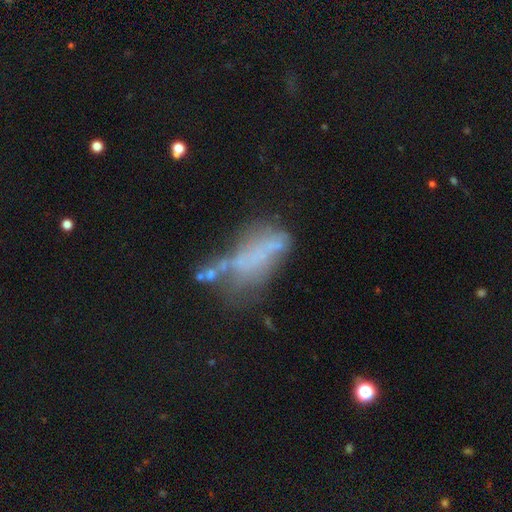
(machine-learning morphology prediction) Smooth or featured: featured or disk — 45% (smooth — 37%)
Merging: major disturbance — 32% (none — 27%)